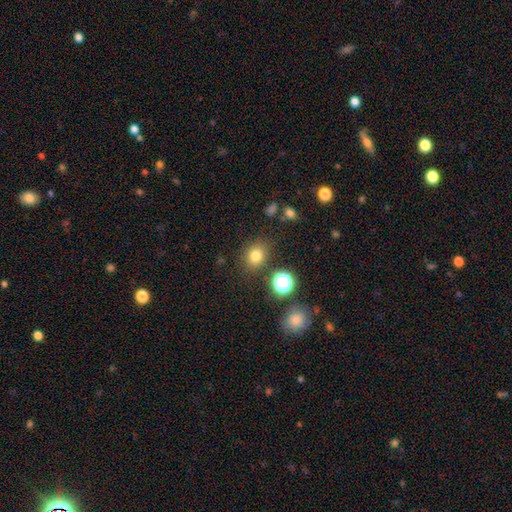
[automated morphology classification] Smooth or featured?
  - smooth: 77% *
  - star or artifact: 16%
  - featured or disk: 7%
How rounded?
  - round: 57% *
  - in between: 42%
  - cigar-shaped: 1%
Merging?
  - none: 81% *
  - minor disturbance: 11%
  - major disturbance: 4%
  - merger: 4%